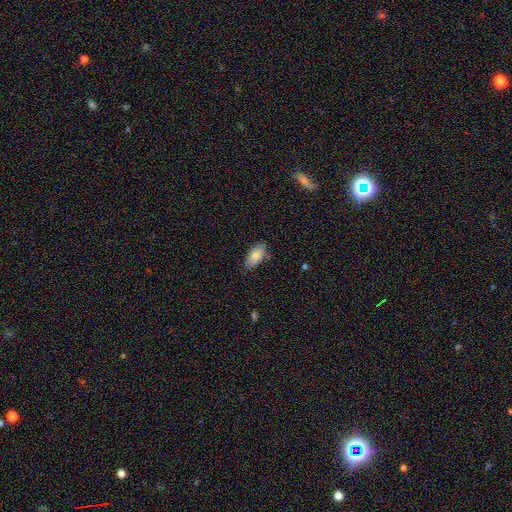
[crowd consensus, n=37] Q: Smooth or featured?
A: smooth (78%); runner-up: featured or disk (16%)
Q: How rounded?
A: in between (97%); runner-up: cigar-shaped (3%)
Q: Merging?
A: none (74%); runner-up: minor disturbance (17%)